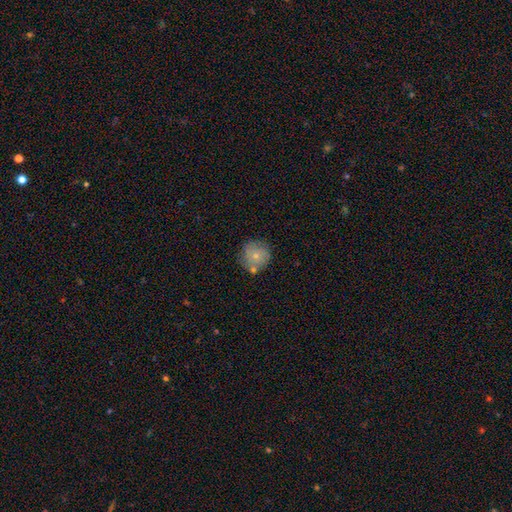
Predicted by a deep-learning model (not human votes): Smooth or featured: smooth — 72% (featured or disk — 21%)
How rounded: round — 92% (in between — 7%)
Merging: none — 69% (minor disturbance — 16%)